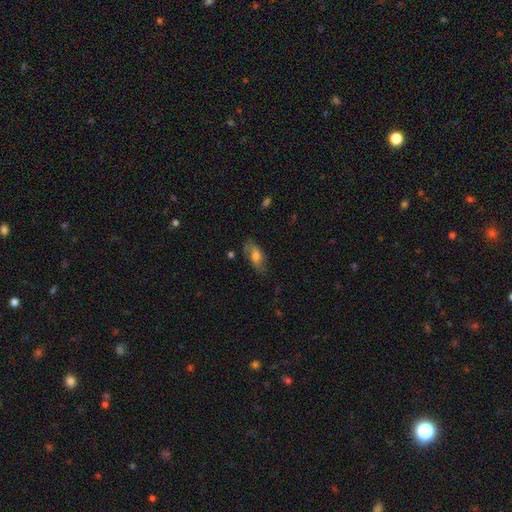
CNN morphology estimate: This appears to be a smooth galaxy with no disk features (57%) that is in between round and cigar-shaped (84%). Merging: none (61%).